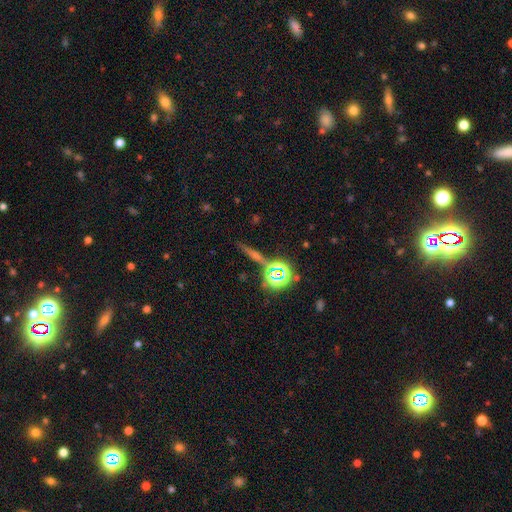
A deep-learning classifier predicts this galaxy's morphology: star or artifact 41%, featured or disk 35%, smooth 24%.